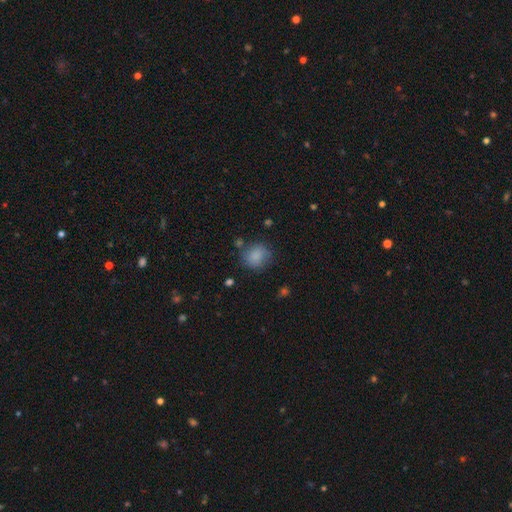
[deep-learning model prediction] This is clearly a smooth galaxy (84%). How rounded: likely round (76%). Merging: likely none (70%).